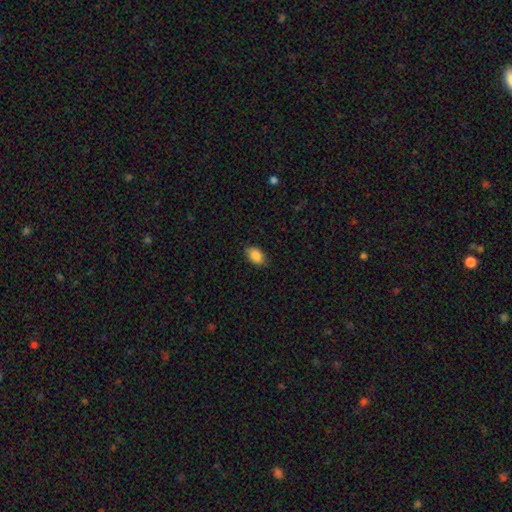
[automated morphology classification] Smooth or featured?
  - smooth: 87% *
  - star or artifact: 7%
  - featured or disk: 6%
How rounded?
  - in between: 87% *
  - round: 12%
  - cigar-shaped: 1%
Merging?
  - none: 83% *
  - minor disturbance: 13%
  - major disturbance: 3%
  - merger: 1%